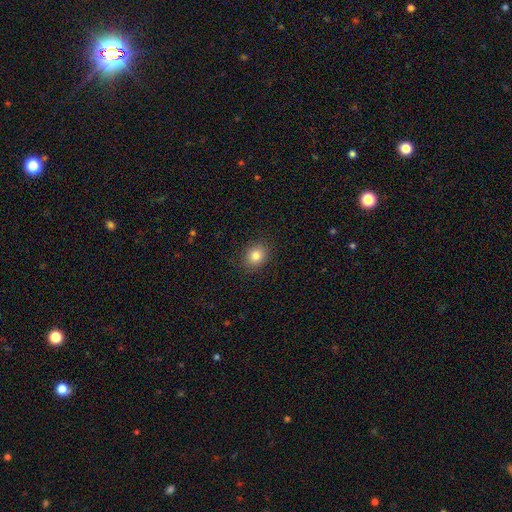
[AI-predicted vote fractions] The model was most divided on "how rounded": round: 67%, in between: 32%, cigar-shaped: 1%. More confident: merging — none (88%); smooth or featured — smooth (83%).